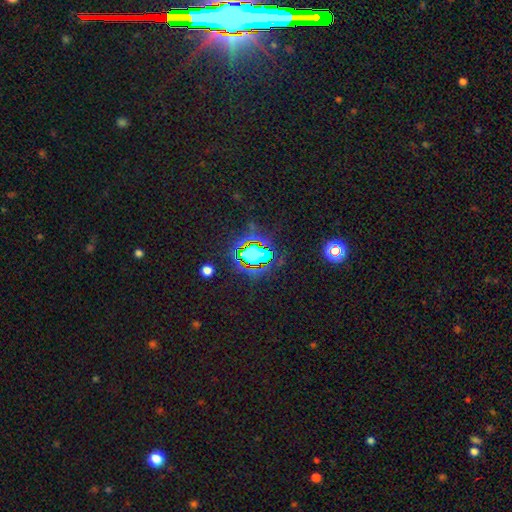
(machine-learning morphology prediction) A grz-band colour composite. It shows a star or artifact, not a galaxy (82%).